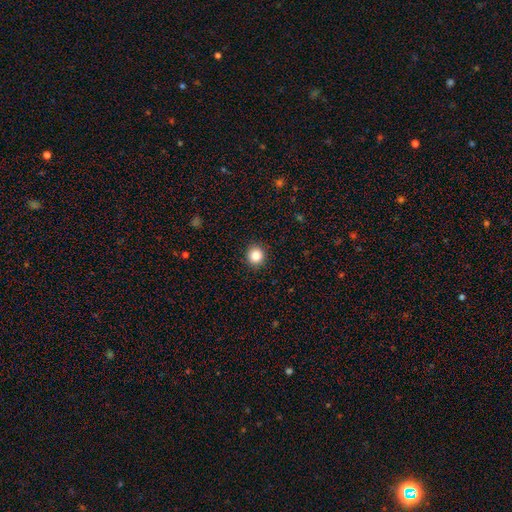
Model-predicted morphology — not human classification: This appears to be a smooth galaxy with no disk features (86%) that is round (92%). Merging: none (91%).